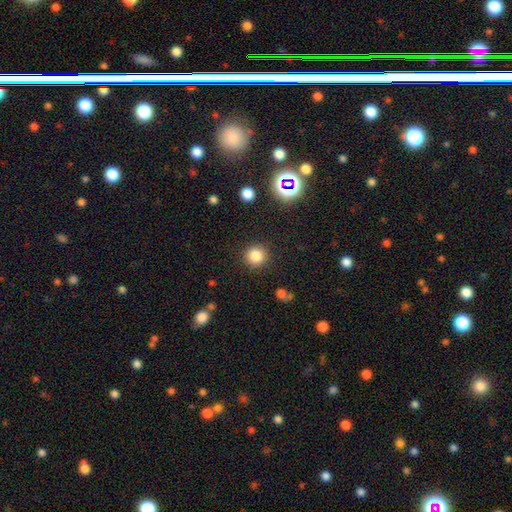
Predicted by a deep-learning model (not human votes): This appears to be a smooth galaxy with no disk features (82%) that is round (94%). Merging: none (90%).